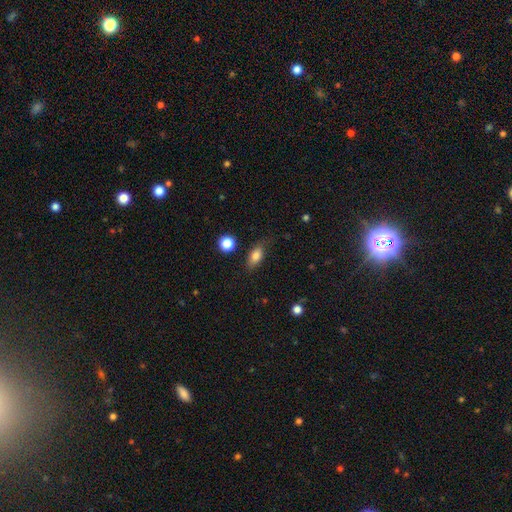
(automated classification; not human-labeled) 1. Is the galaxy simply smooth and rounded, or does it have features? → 81% smooth, 10% featured or disk, 9% star or artifact.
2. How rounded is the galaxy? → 81% in between, 10% round, 9% cigar-shaped.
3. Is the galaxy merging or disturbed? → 73% none, 19% minor disturbance, 5% major disturbance, 2% merger.